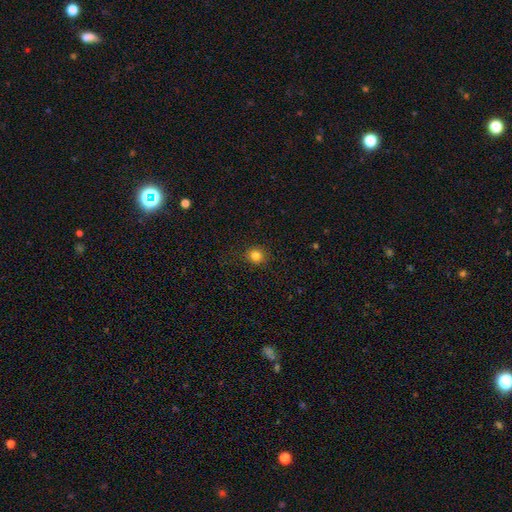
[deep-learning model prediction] A smooth galaxy with no disk features (82%) that is round (89%). Merging: none (87%).